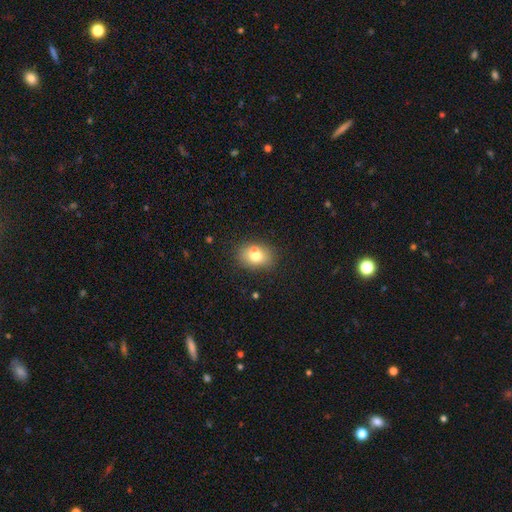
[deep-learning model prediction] A smooth galaxy with no disk features (73%) that is in between round and cigar-shaped (63%). Merging: none (66%).